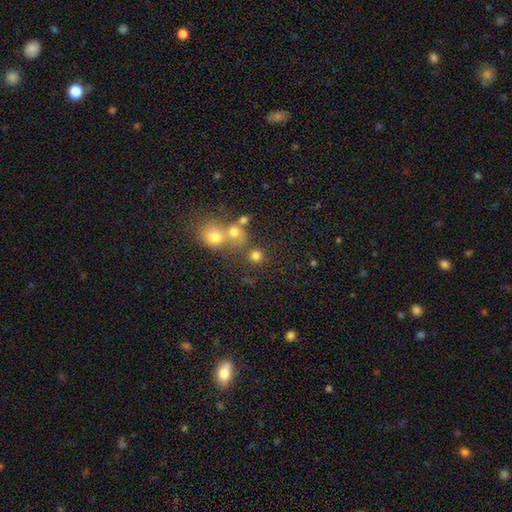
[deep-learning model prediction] A smooth galaxy with no disk features (76%) that is round (89%).

Vote fractions:
- Smooth or featured? smooth: 76% / star or artifact: 16% / featured or disk: 8%
- How rounded? round: 89% / in between: 10% / cigar-shaped: 1%
- Merging? none: 63% / merger: 26% / minor disturbance: 7% / major disturbance: 4%